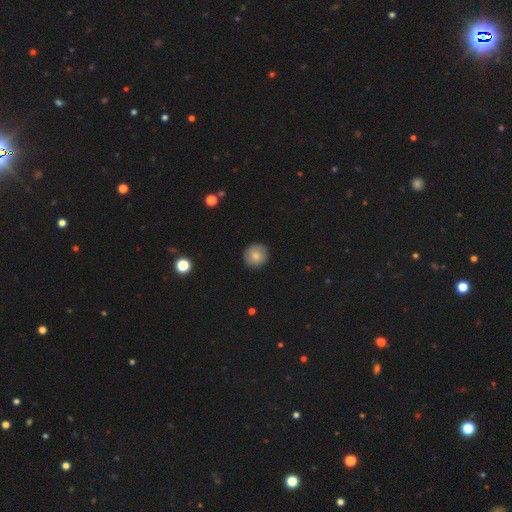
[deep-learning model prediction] smooth-or-featured: smooth: 79% | featured or disk: 13% | star or artifact: 9%
  how-rounded: round: 92% | in between: 7% | cigar-shaped: 1%
  merging: none: 88% | minor disturbance: 9% | major disturbance: 2% | merger: 1%